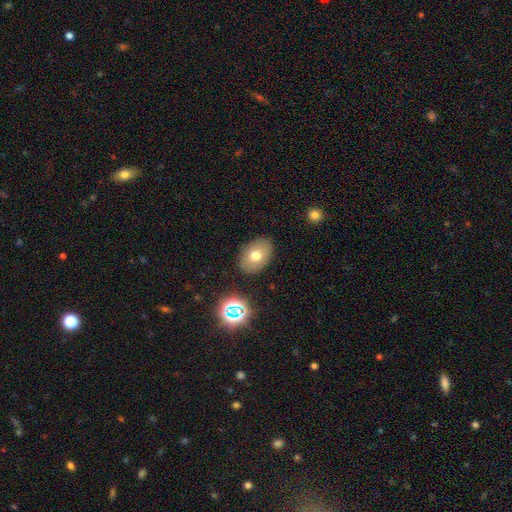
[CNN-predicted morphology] smooth_or_featured: smooth (p=0.71) [alt: featured or disk p=0.17]
how_rounded: in between (p=0.79) [alt: round p=0.20]
merging: none (p=0.85) [alt: minor disturbance p=0.10]